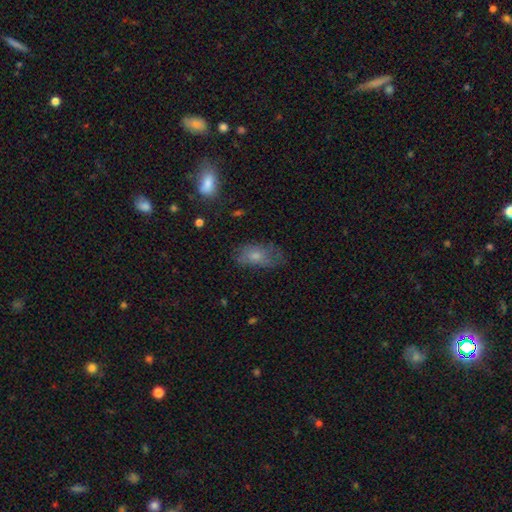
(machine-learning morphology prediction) Smooth or featured: smooth — 67% (featured or disk — 24%)
How rounded: in between — 89% (round — 7%)
Merging: none — 48% (minor disturbance — 30%)